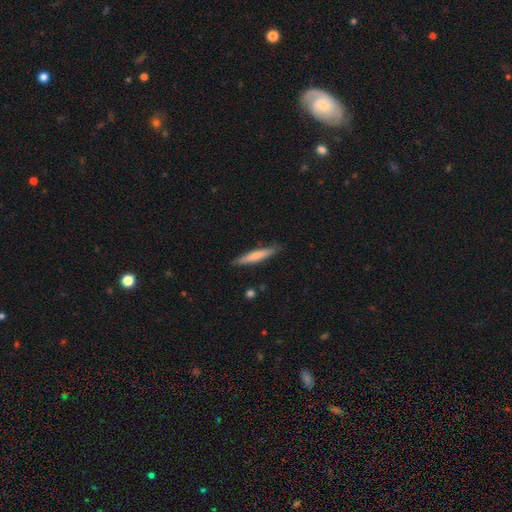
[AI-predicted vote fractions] Morphology: type=smooth (68%); roundness=cigar-shaped (93%); merging=none (87%).